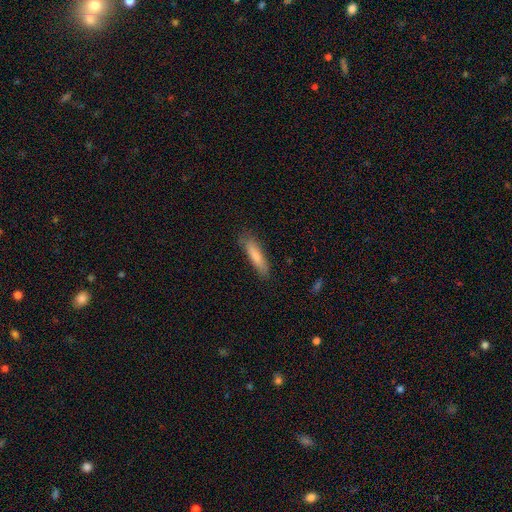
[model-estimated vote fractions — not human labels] The model was most divided on "how rounded": cigar-shaped: 75%, in between: 24%, round: 1%. More confident: smooth or featured — smooth (81%); merging — none (79%).